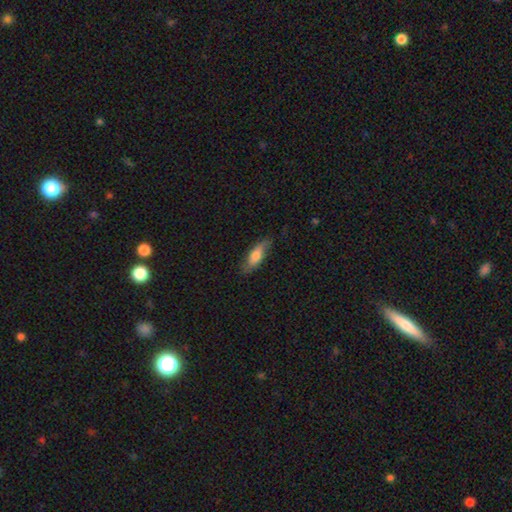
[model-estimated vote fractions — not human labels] Smooth or featured: smooth — 65% (featured or disk — 29%)
How rounded: in between — 61% (cigar-shaped — 37%)
Merging: none — 72% (minor disturbance — 22%)